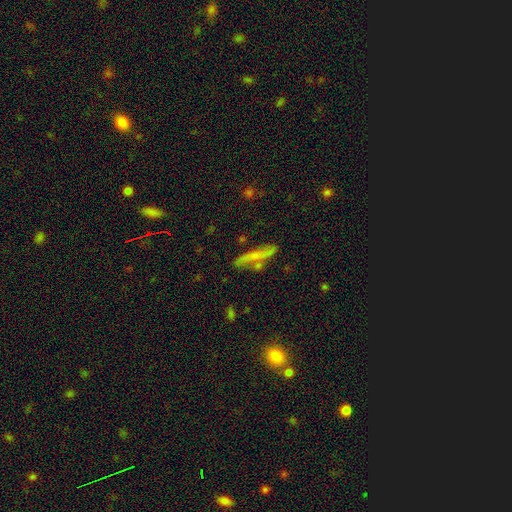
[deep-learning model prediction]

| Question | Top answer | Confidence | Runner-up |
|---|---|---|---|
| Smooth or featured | smooth | 57% | featured or disk (33%) |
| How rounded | cigar-shaped | 84% | in between (13%) |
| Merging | none | 68% | minor disturbance (18%) |